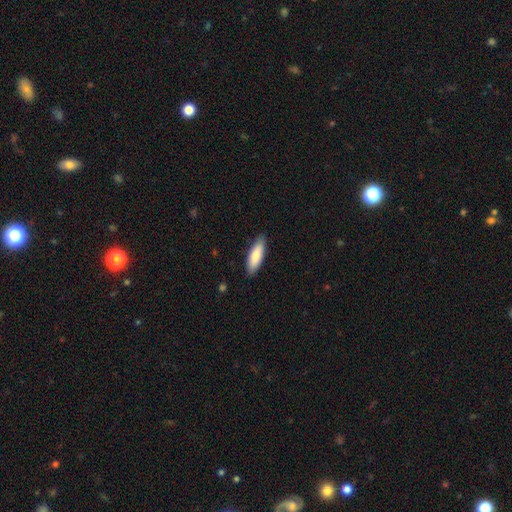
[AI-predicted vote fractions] smooth-or-featured: smooth: 83% | featured or disk: 12% | star or artifact: 5%
  how-rounded: in between: 56% | cigar-shaped: 42% | round: 2%
  merging: none: 87% | minor disturbance: 10% | major disturbance: 2% | merger: 1%